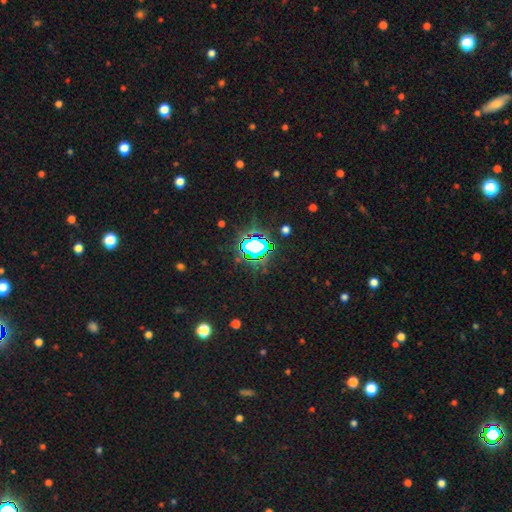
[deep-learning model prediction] star or artifact 76%, smooth 15%, featured or disk 9%.